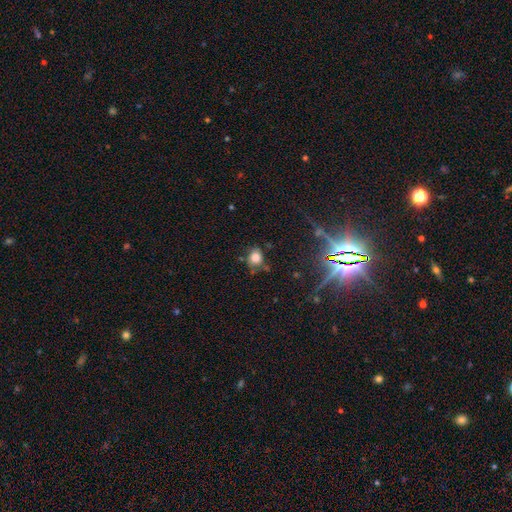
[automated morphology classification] smooth-or-featured: smooth: 54% | star or artifact: 32% | featured or disk: 14%
  how-rounded: round: 55% | in between: 43% | cigar-shaped: 2%
  merging: none: 70% | minor disturbance: 19% | major disturbance: 7% | merger: 4%